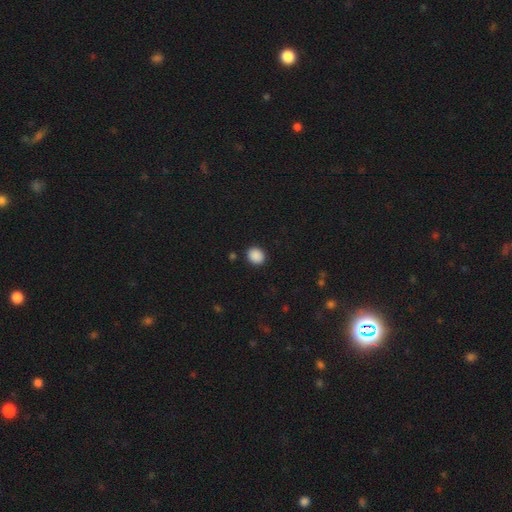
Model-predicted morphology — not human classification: Smooth or featured? smooth (89%)
How rounded? round (67%)
Merging? none (90%)